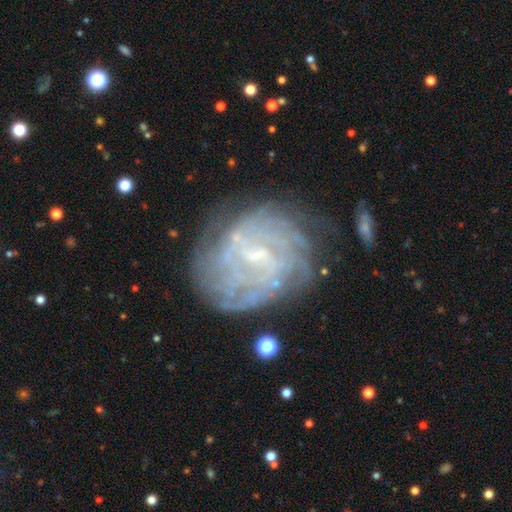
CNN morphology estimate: Smooth or featured? featured or disk (79%)
Edge-on disk? no (98%)
Bar? weak (56%)
Spiral arms? yes (79%)
Spiral winding? tight (65%)
Spiral arm count? can't tell (57%)
Bulge size? small (60%)
Merging? none (66%)